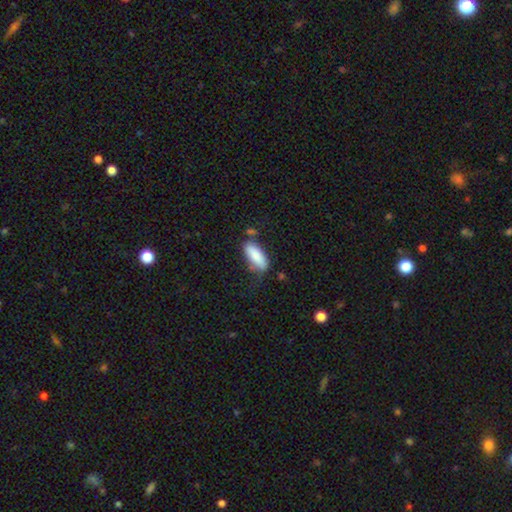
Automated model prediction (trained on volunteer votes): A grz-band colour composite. It shows a smooth galaxy with no disk features (84%) that is in between round and cigar-shaped (73%). Merging: none (60%).